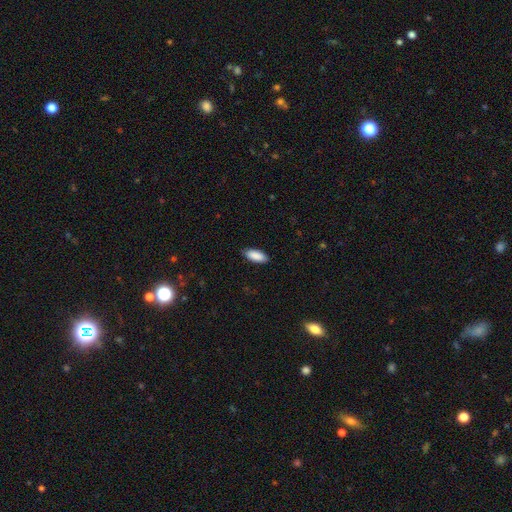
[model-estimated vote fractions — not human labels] smooth 90%, star or artifact 6%, featured or disk 5%. Down the decision tree: how rounded — in between (85%); merging — none (86%).